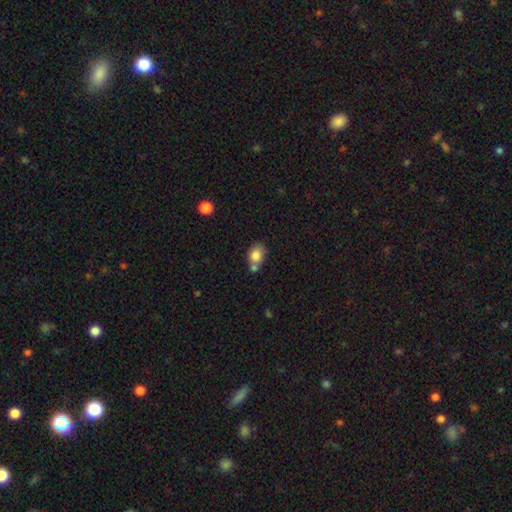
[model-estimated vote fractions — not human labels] Q: Smooth or featured?
A: smooth (82%); runner-up: featured or disk (10%)
Q: How rounded?
A: in between (60%); runner-up: round (39%)
Q: Merging?
A: none (50%); runner-up: merger (31%)